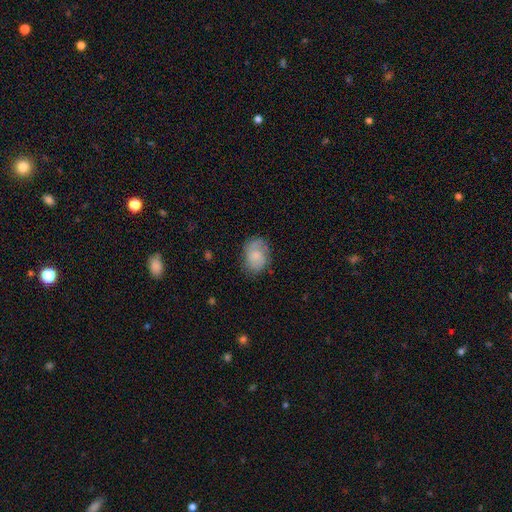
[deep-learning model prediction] This is likely a smooth galaxy (63%). How rounded: likely in between (68%). Merging: likely none (64%).